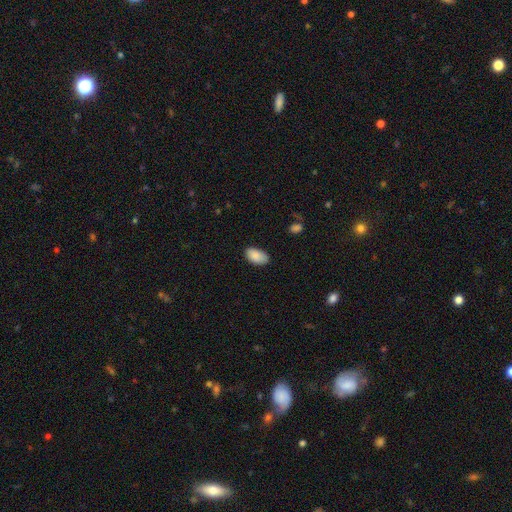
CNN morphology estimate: Smooth or featured? smooth (89%)
How rounded? in between (94%)
Merging? none (80%)